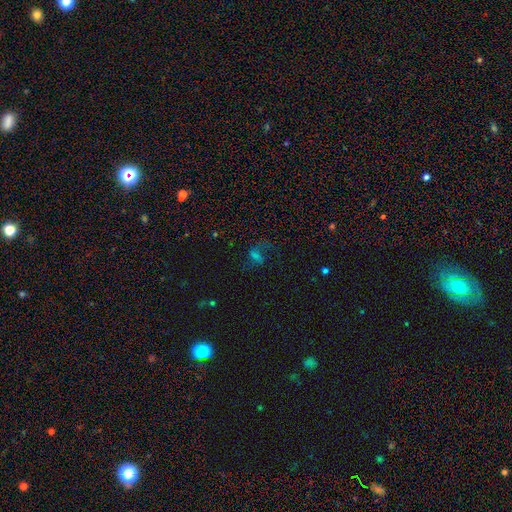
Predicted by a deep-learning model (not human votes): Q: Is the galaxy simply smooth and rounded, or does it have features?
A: featured or disk — 43%.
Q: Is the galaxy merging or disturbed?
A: none — 55%.